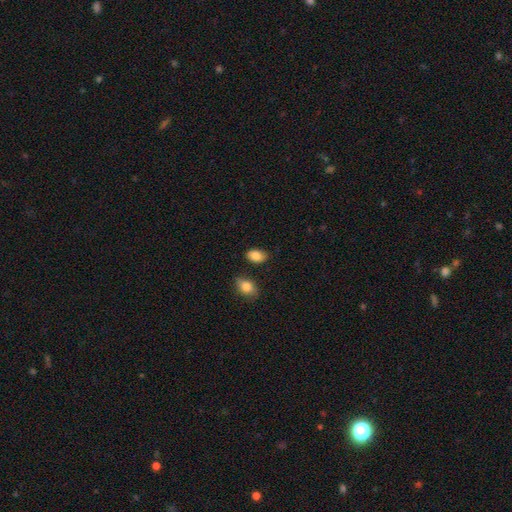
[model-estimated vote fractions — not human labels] A smooth galaxy with no disk features (86%) that is in between round and cigar-shaped (90%). Merging: none (80%).